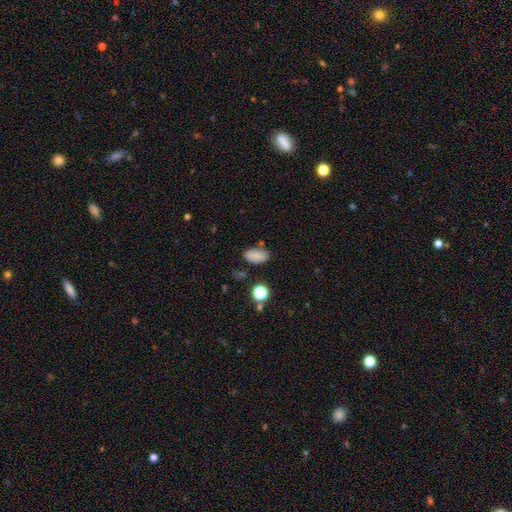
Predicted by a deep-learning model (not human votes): Morphology: type=smooth (82%); roundness=in between (92%); merging=none (78%).